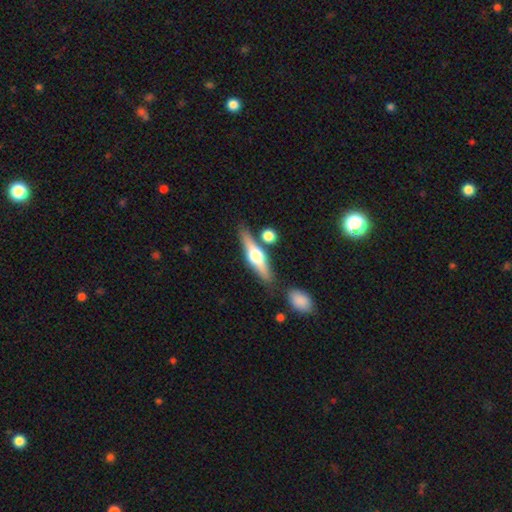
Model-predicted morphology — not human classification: Smooth or featured: featured or disk — 65% (smooth — 29%)
Edge-on disk: yes — 96% (no — 4%)
Edge-on bulge: rounded — 95% (boxy — 3%)
Merging: none — 80% (minor disturbance — 10%)